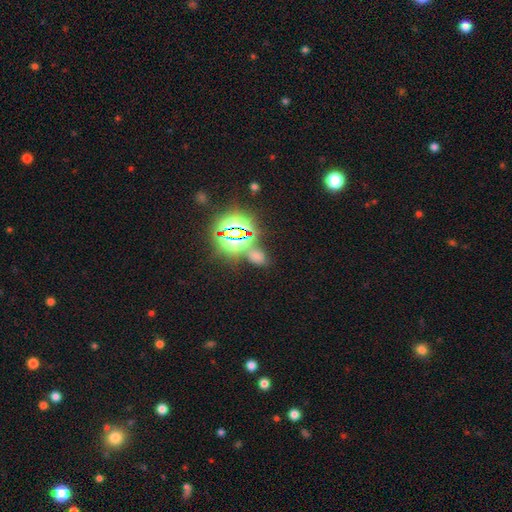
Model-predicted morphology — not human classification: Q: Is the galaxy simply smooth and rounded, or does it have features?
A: star or artifact — 53%.